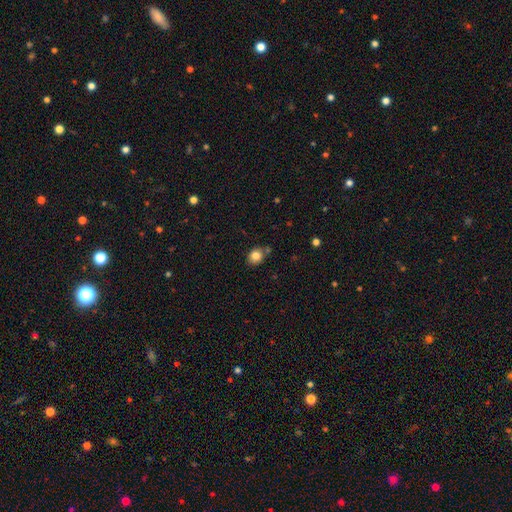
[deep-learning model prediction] Overall: smooth (82%). How rounded: round (63%; in between 36%). Merging: none (73%).